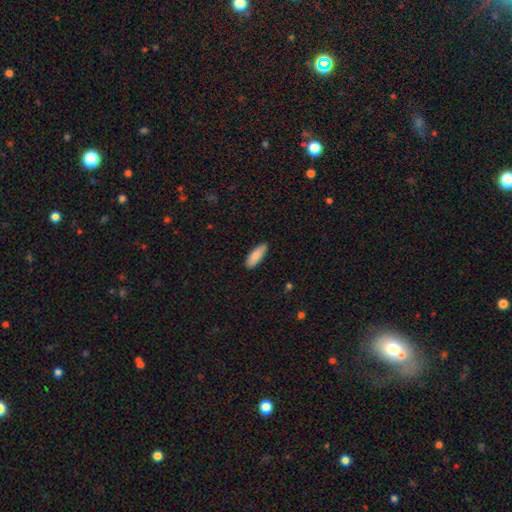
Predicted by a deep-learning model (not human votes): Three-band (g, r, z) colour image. It shows a smooth galaxy with no disk features (86%) that is in between round and cigar-shaped (68%). Merging: none (87%).